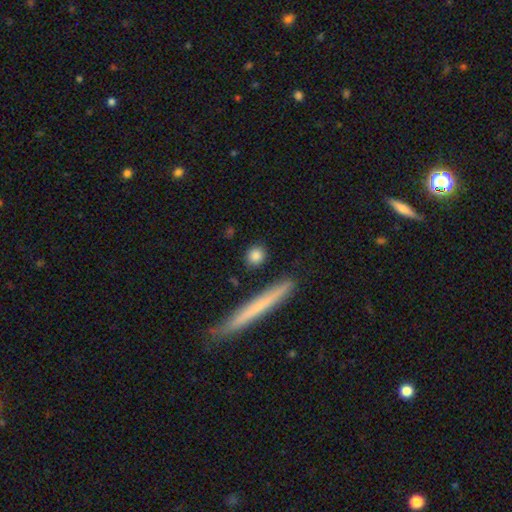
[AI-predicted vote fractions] Overall: smooth (84%). How rounded: round (73%). Merging: none (87%).